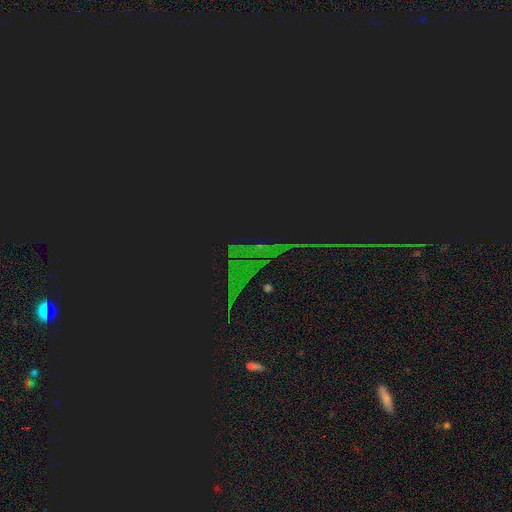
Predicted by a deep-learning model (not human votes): Q: Smooth or featured?
A: star or artifact (84%); runner-up: smooth (9%)